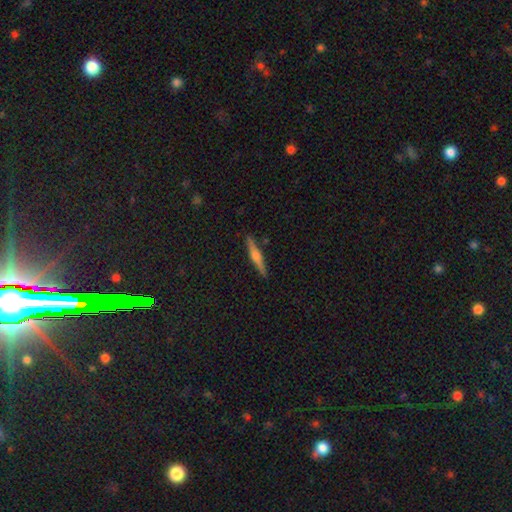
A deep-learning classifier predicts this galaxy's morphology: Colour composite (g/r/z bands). It shows a featured or disk galaxy (65%) viewed edge-on (98%) with a rounded central bulge (81%). Merging: none (90%).